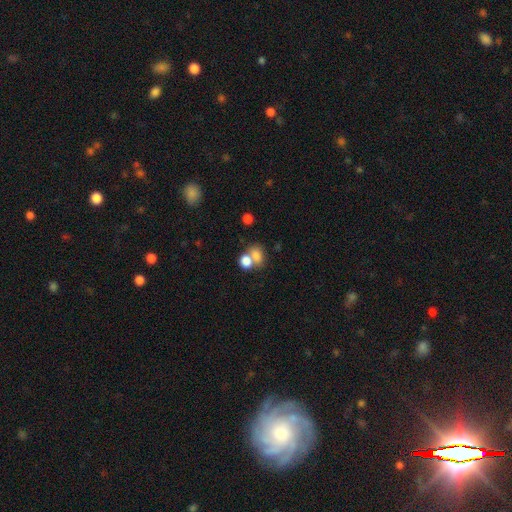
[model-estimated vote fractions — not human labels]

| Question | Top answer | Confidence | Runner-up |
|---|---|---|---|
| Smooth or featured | smooth | 77% | star or artifact (11%) |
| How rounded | in between | 61% | round (37%) |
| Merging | merger | 55% | none (30%) |